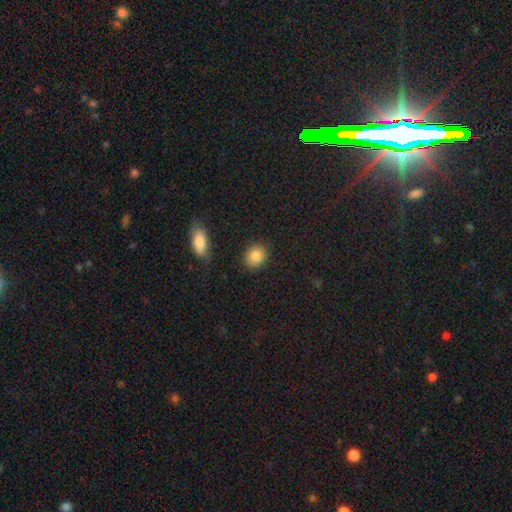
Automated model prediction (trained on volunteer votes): A smooth galaxy with no disk features (86%) that is round (53%).

Vote fractions:
- Smooth or featured? smooth: 86% / star or artifact: 8% / featured or disk: 6%
- How rounded? round: 53% / in between: 46% / cigar-shaped: 1%
- Merging? none: 86% / minor disturbance: 9% / major disturbance: 2% / merger: 2%